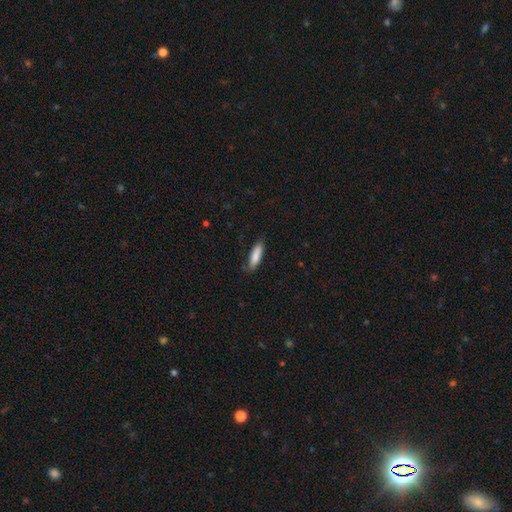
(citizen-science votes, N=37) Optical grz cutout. It shows a smooth galaxy with no disk features (95%) that is cigar-shaped (69%). Merging: none (78%).